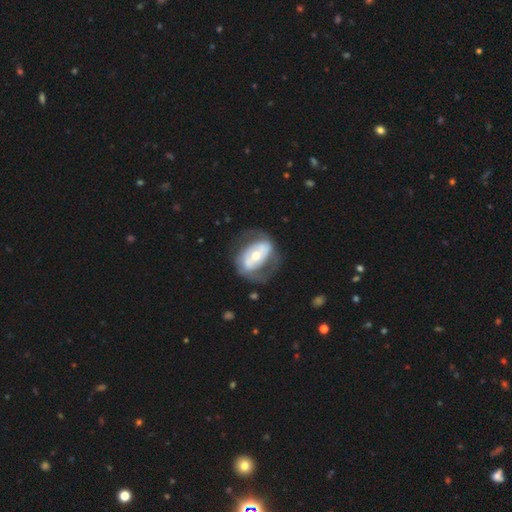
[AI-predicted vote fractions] Smooth or featured?
  - featured or disk: 70% *
  - smooth: 25%
  - star or artifact: 5%
Edge-on disk?
  - no: 94% *
  - yes: 6%
Bar?
  - strong: 39% *
  - no: 36%
  - weak: 25%
Spiral arms?
  - yes: 56% *
  - no: 44%
Bulge size?
  - moderate: 59% *
  - small: 32%
  - large: 7%
  - dominant: 1%
  - none: 1%
Merging?
  - none: 60% *
  - major disturbance: 19%
  - minor disturbance: 19%
  - merger: 2%